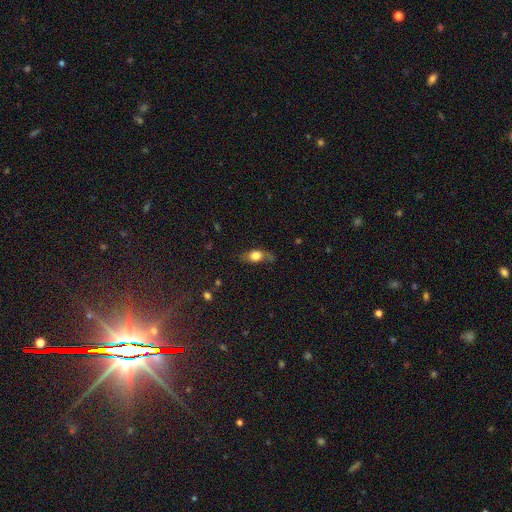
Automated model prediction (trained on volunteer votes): Q: Smooth or featured?
A: smooth (68%); runner-up: featured or disk (23%)
Q: How rounded?
A: in between (71%); runner-up: round (17%)
Q: Merging?
A: none (62%); runner-up: minor disturbance (26%)